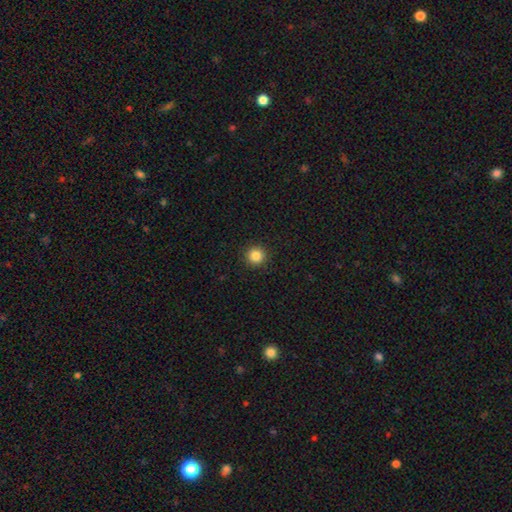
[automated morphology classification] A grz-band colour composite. It shows a smooth galaxy with no disk features (85%) that is round (96%). Merging: none (93%).